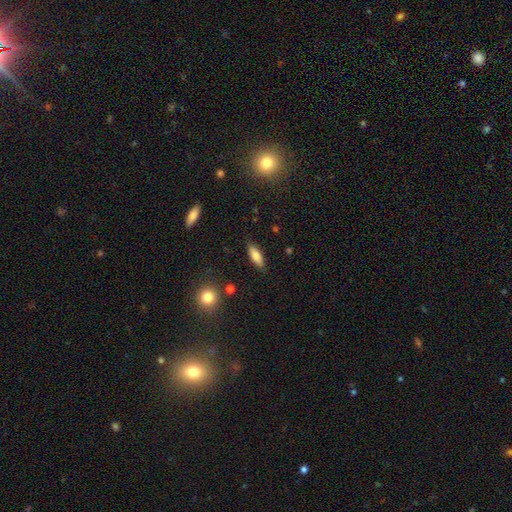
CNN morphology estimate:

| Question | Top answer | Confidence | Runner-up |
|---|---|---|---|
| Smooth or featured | smooth | 71% | featured or disk (21%) |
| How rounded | in between | 61% | cigar-shaped (37%) |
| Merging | none | 85% | minor disturbance (11%) |